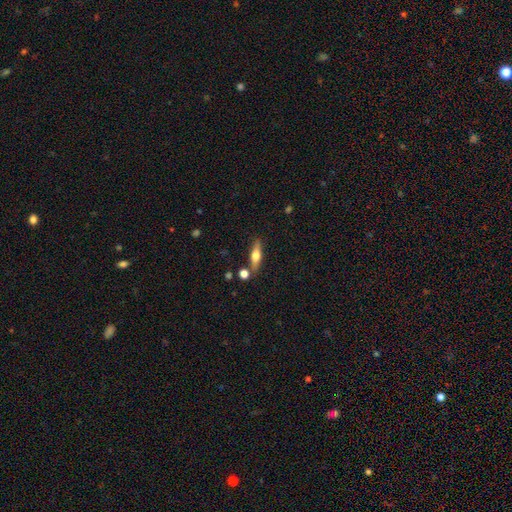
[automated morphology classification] A featured or disk galaxy (47%). Merging: none (79%).